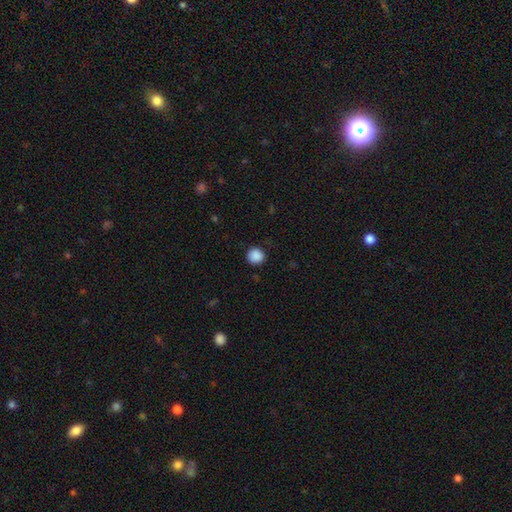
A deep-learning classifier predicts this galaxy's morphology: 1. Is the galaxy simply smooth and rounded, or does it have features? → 88% smooth, 9% star or artifact, 2% featured or disk.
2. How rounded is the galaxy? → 92% round, 7% in between, 1% cigar-shaped.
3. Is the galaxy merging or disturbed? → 89% none, 7% minor disturbance, 2% major disturbance, 1% merger.